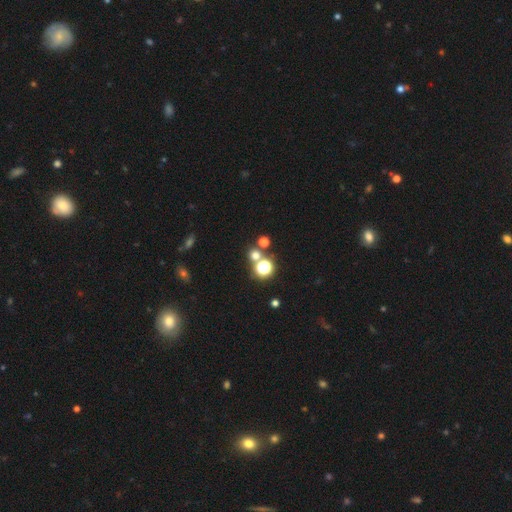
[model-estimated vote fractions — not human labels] A smooth galaxy with no disk features (57%) that is round (89%).

Vote fractions:
- Smooth or featured? smooth: 57% / star or artifact: 35% / featured or disk: 7%
- How rounded? round: 89% / in between: 10% / cigar-shaped: 1%
- Merging? none: 70% / merger: 20% / minor disturbance: 7% / major disturbance: 3%